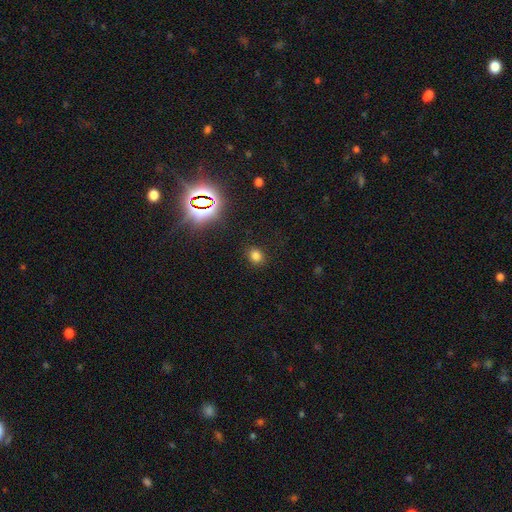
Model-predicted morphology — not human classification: The model was most divided on "how rounded": round: 66%, in between: 33%, cigar-shaped: 1%. More confident: merging — none (87%); smooth or featured — smooth (74%).